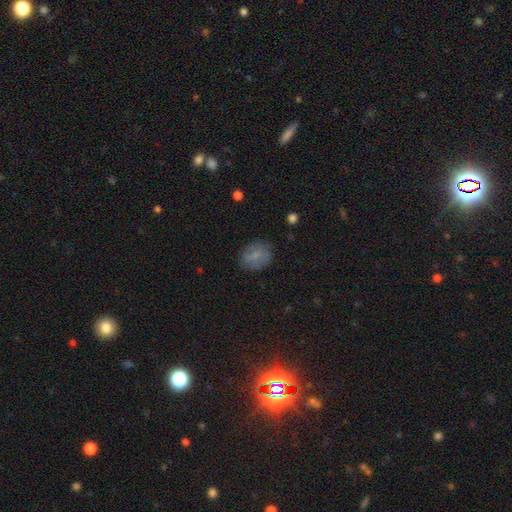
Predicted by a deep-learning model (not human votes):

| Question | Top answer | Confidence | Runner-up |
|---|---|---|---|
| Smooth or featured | smooth | 64% | featured or disk (26%) |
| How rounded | in between | 61% | round (37%) |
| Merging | none | 80% | minor disturbance (14%) |